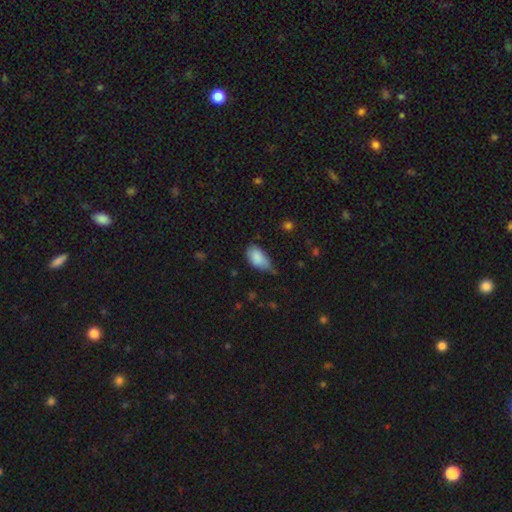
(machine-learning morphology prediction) Smooth or featured? smooth (86%)
How rounded? in between (92%)
Merging? minor disturbance (46%)